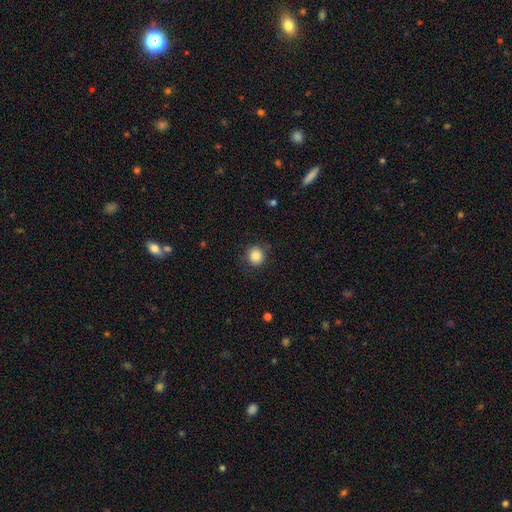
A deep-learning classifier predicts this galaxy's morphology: Smooth or featured? Predicted: smooth (p=0.85). How rounded? Predicted: round (p=0.88). Merging? Predicted: none (p=0.82).